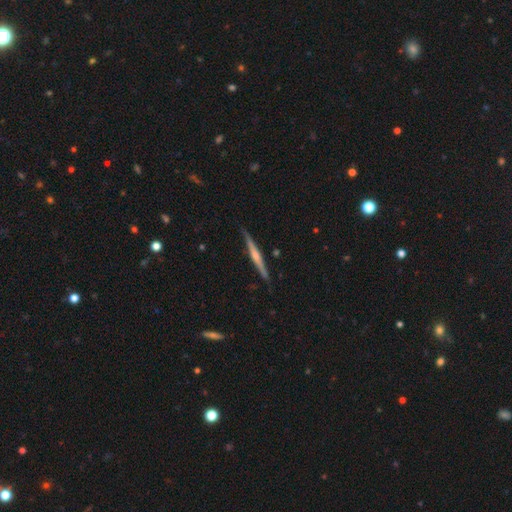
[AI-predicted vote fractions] Overall: featured or disk (69%). Edge-on disk: yes (98%). Edge-on bulge: rounded (65%). Merging: none (88%).